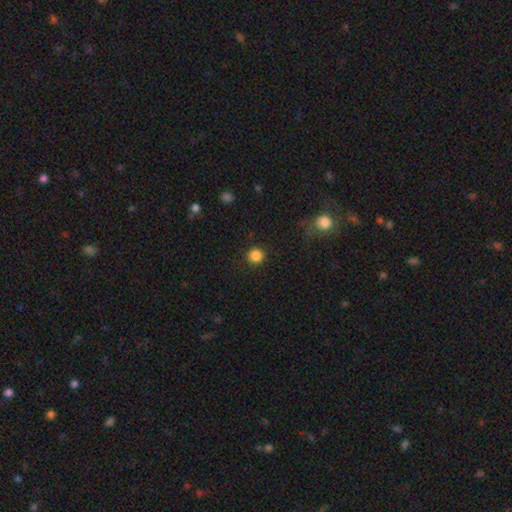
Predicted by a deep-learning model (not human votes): Morphology: type=smooth (86%); roundness=round (95%); merging=none (91%).